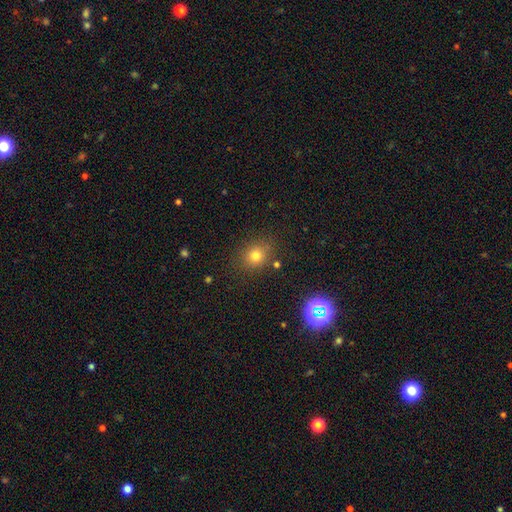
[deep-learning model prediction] Smooth or featured? Predicted: smooth (p=0.75). How rounded? Predicted: round (p=0.71). Merging? Predicted: none (p=0.81).